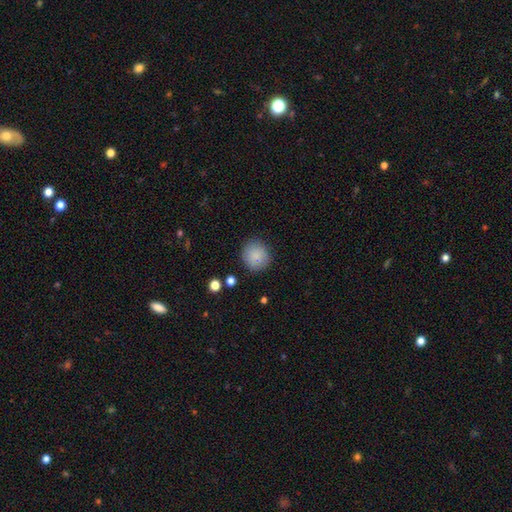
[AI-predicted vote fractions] smooth_or_featured: smooth (p=0.86) [alt: star or artifact p=0.09]
how_rounded: round (p=0.90) [alt: in between p=0.09]
merging: none (p=0.85) [alt: minor disturbance p=0.10]